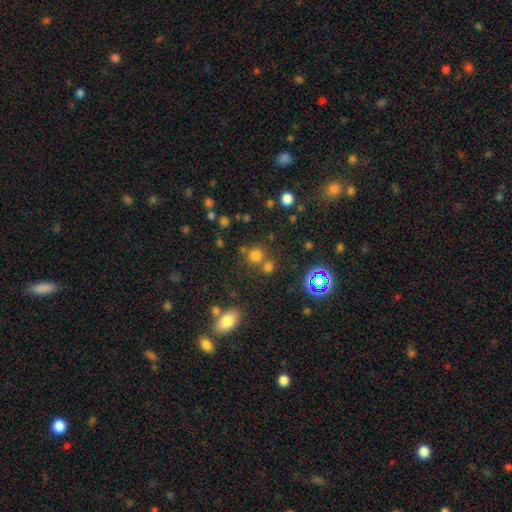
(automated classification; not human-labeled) This is likely a smooth galaxy (69%). How rounded: clearly round (89%). Merging: likely none (64%).